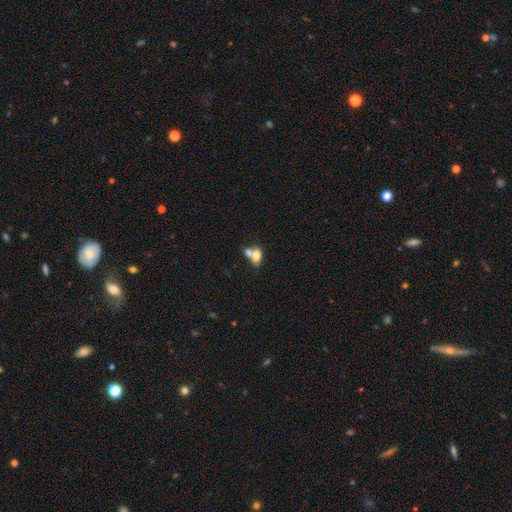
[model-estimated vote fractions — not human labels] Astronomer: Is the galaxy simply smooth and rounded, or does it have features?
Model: smooth — 73%.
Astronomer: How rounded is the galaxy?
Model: in between — 83%.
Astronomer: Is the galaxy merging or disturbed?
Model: merger — 54% (runner-up: none, 32%).